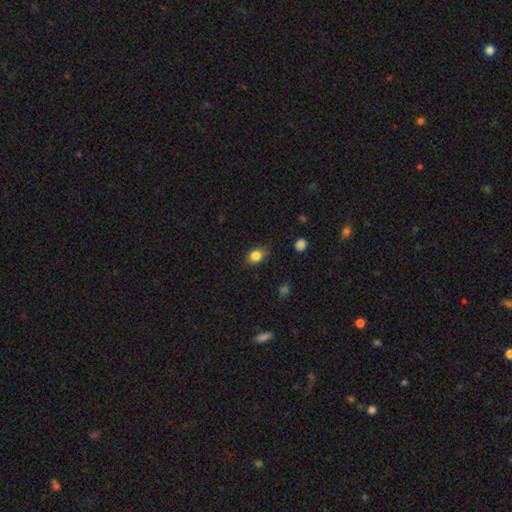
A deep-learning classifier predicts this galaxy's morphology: Q: Smooth or featured?
A: smooth (83%); runner-up: star or artifact (10%)
Q: How rounded?
A: in between (66%); runner-up: round (32%)
Q: Merging?
A: none (77%); runner-up: minor disturbance (18%)